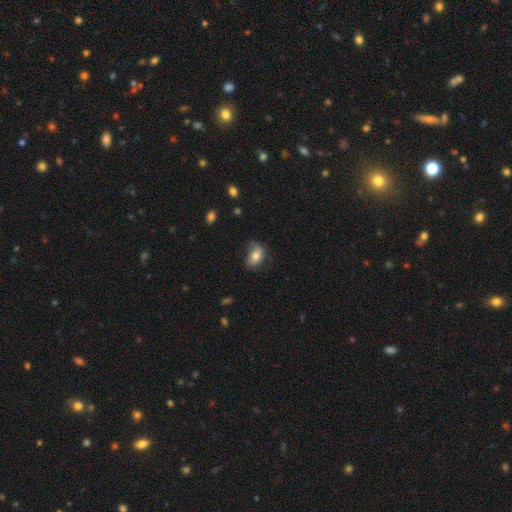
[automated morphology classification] A smooth galaxy with no disk features (71%) that is in between round and cigar-shaped (84%).

Vote fractions:
- Smooth or featured? smooth: 71% / featured or disk: 21% / star or artifact: 8%
- How rounded? in between: 84% / round: 14% / cigar-shaped: 2%
- Merging? none: 45% / minor disturbance: 35% / major disturbance: 18% / merger: 2%